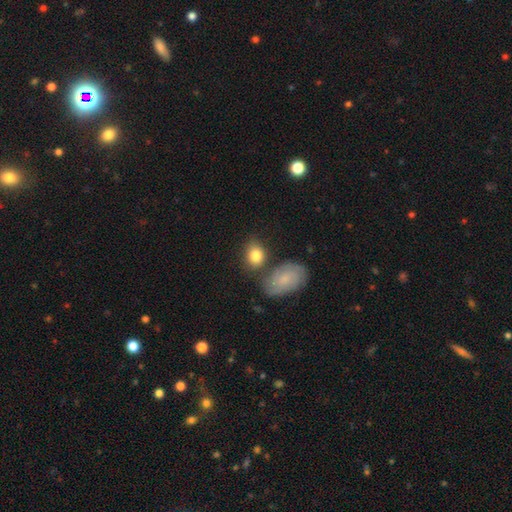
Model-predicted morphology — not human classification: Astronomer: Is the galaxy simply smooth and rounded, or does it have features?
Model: smooth — 80%.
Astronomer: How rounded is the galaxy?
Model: in between — 55% (runner-up: round, 44%).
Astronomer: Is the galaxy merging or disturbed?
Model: none — 63%.